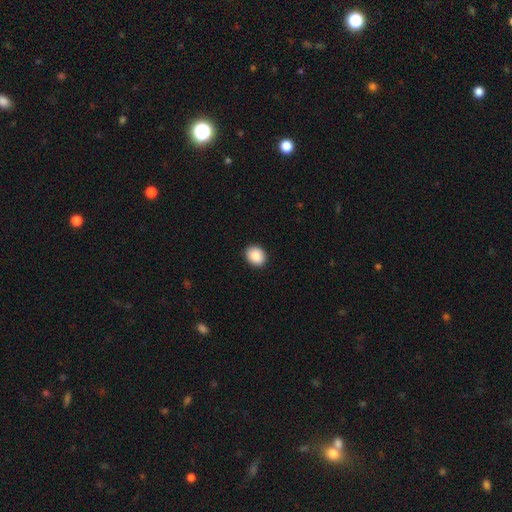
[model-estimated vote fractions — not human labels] smooth-or-featured: smooth: 89% | star or artifact: 7% | featured or disk: 3%
  how-rounded: round: 53% | in between: 46% | cigar-shaped: 1%
  merging: none: 91% | minor disturbance: 6% | major disturbance: 2% | merger: 1%